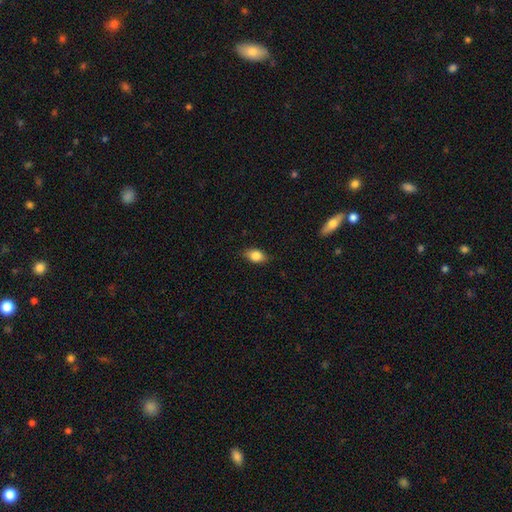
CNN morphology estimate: Smooth or featured? smooth (82%)
How rounded? in between (83%)
Merging? none (83%)